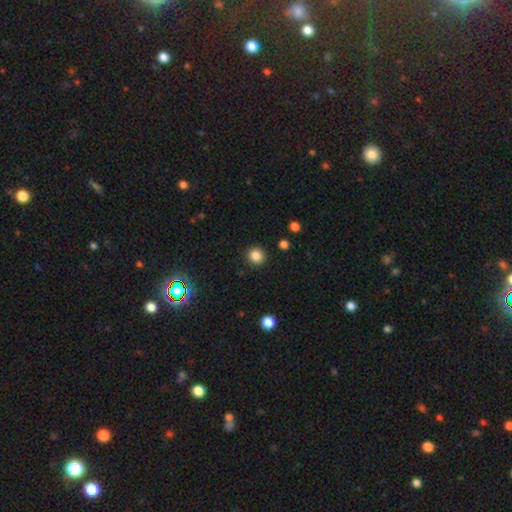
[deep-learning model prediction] This is clearly a smooth galaxy (85%). How rounded: clearly round (91%). Merging: clearly none (92%).